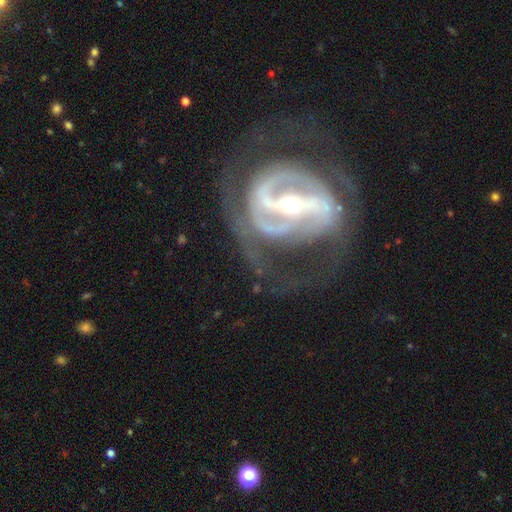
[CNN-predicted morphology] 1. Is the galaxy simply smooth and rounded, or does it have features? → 89% featured or disk, 6% star or artifact, 5% smooth.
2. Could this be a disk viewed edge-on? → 93% no, 7% yes.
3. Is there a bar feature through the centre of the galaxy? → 79% strong, 16% weak, 6% no.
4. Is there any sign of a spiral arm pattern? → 89% yes, 11% no.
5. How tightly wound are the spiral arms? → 50% tight, 37% medium, 14% loose.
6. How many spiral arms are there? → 57% 2, 19% can't tell, 10% 3, 5% 1, 5% 4, 4% more than 4.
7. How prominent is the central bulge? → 50% small, 43% moderate, 4% large, 1% dominant, 1% none.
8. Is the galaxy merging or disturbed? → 59% none, 23% major disturbance, 15% minor disturbance, 2% merger.